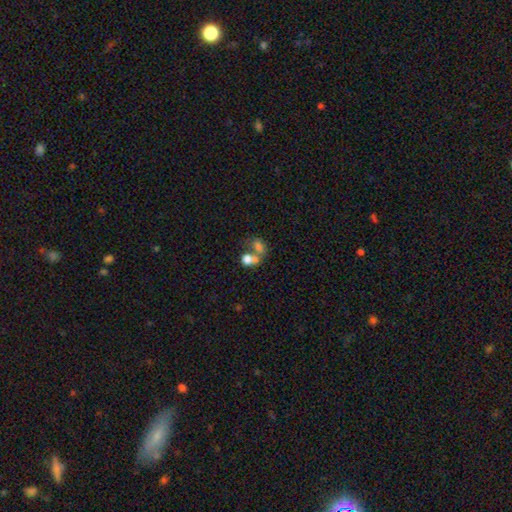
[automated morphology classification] A smooth galaxy with no disk features (56%) that is in between round and cigar-shaped (55%). Merging: merger (56%).